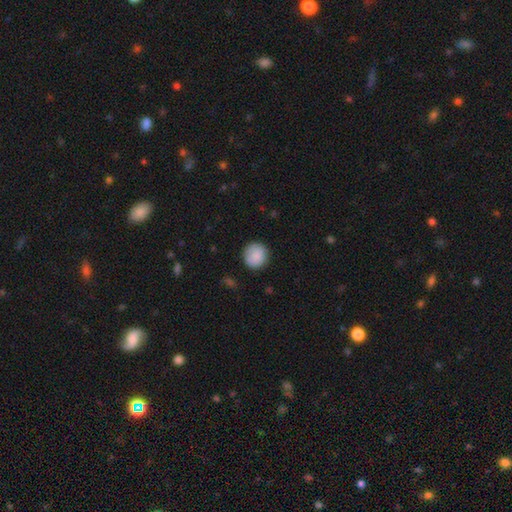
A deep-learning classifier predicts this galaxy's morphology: A smooth galaxy with no disk features (86%) that is round (92%).

Vote fractions:
- Smooth or featured? smooth: 86% / star or artifact: 7% / featured or disk: 7%
- How rounded? round: 92% / in between: 7% / cigar-shaped: 1%
- Merging? none: 85% / minor disturbance: 11% / major disturbance: 3% / merger: 1%